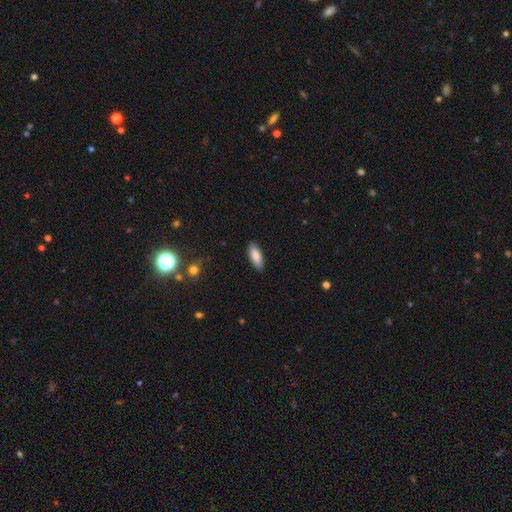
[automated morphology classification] type=smooth (86%); roundness=in between (74%); merging=none (88%).